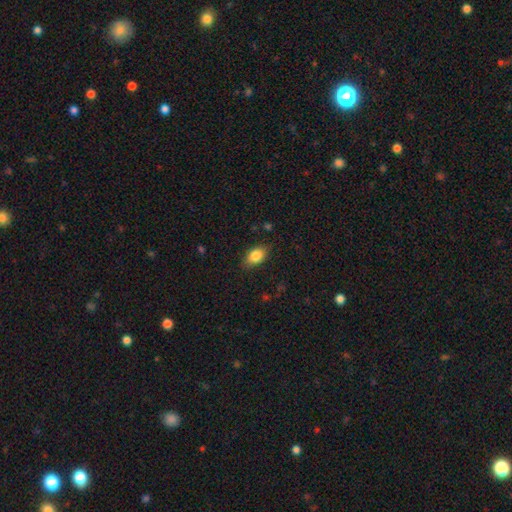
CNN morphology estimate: type=smooth (83%); roundness=in between (84%); merging=none (81%).